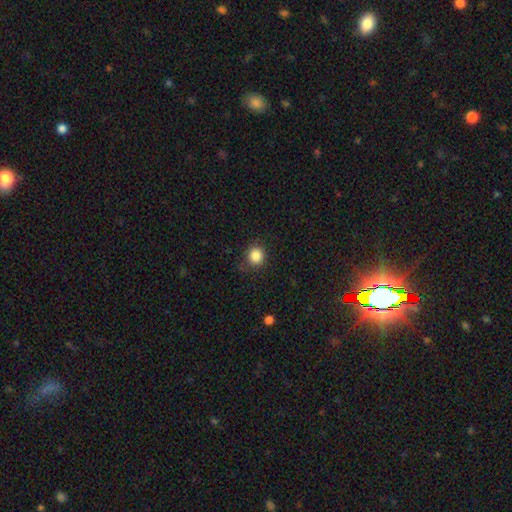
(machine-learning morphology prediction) smooth 85%, star or artifact 11%, featured or disk 4%. Down the decision tree: how rounded — round (87%); merging — none (84%).